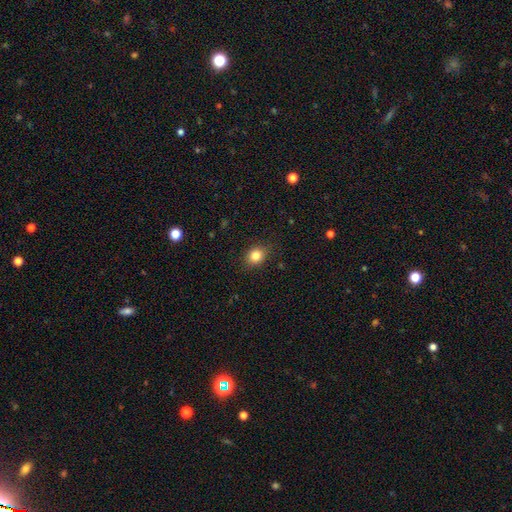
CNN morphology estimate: smooth-or-featured: smooth: 83% | star or artifact: 11% | featured or disk: 6%
  how-rounded: round: 54% | in between: 45% | cigar-shaped: 1%
  merging: none: 87% | minor disturbance: 10% | major disturbance: 2% | merger: 1%